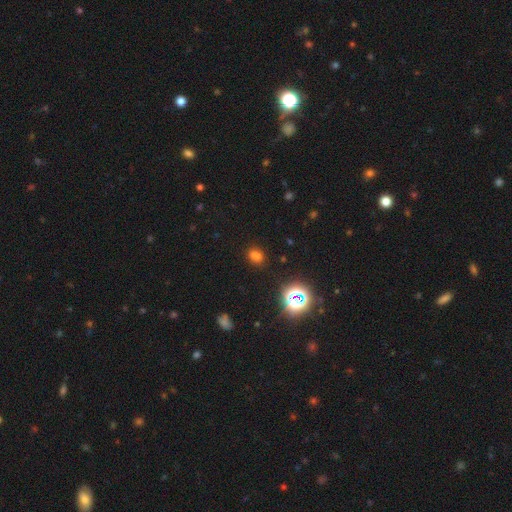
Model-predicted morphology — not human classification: Overall: smooth (63%; star or artifact 29%). How rounded: in between (53%; round 46%). Merging: none (69%).